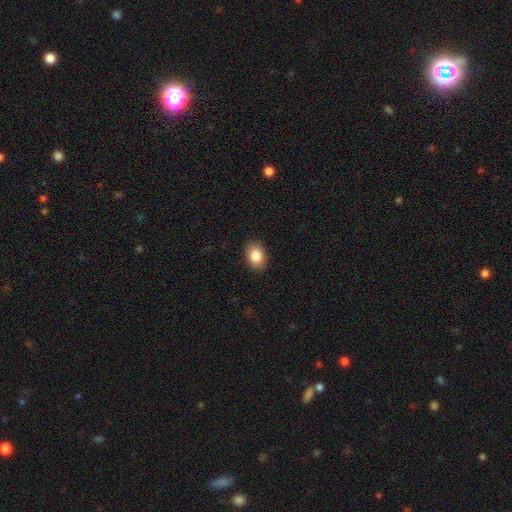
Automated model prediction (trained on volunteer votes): Smooth or featured? Predicted: smooth (p=0.86). How rounded? Predicted: in between (p=0.80). Merging? Predicted: none (p=0.89).